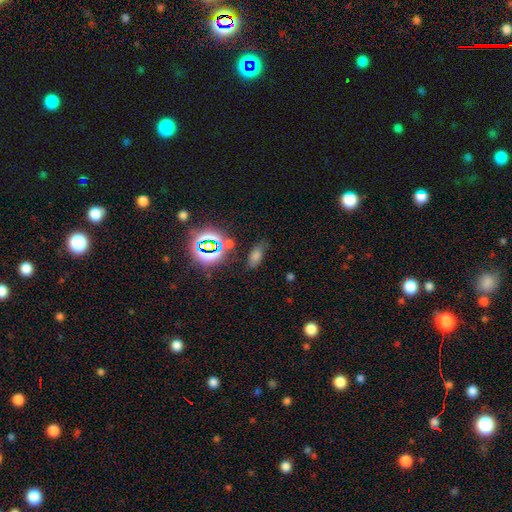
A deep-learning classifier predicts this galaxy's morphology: Smooth or featured?
  - smooth: 55% *
  - star or artifact: 34%
  - featured or disk: 11%
How rounded?
  - in between: 80% *
  - cigar-shaped: 10%
  - round: 10%
Merging?
  - none: 73% *
  - minor disturbance: 15%
  - merger: 6%
  - major disturbance: 6%